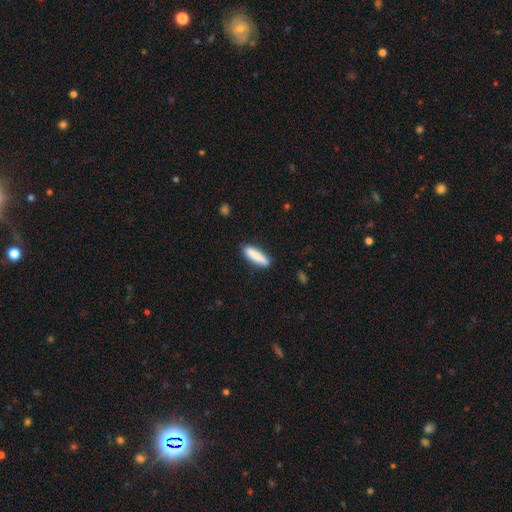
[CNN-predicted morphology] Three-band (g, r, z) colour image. It shows a smooth galaxy with no disk features (85%) that is cigar-shaped (73%). Merging: none (88%).